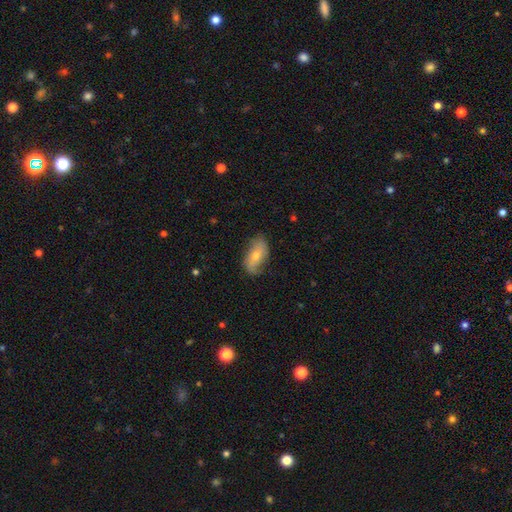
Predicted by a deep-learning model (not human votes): Smooth or featured: featured or disk — 48% (smooth — 43%)
Merging: none — 72% (minor disturbance — 21%)